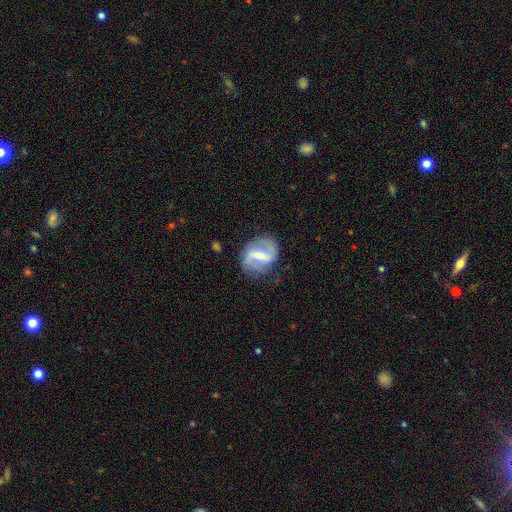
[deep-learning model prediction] A featured or disk galaxy (78%) with a strong bar (55%), 2 (88%) loose (53%) spiral arms (85%) and a small central bulge (53%). Merging: none (78%).